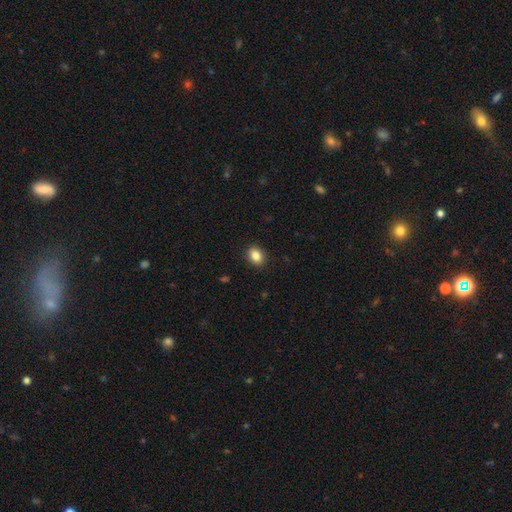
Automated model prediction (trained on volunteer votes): A smooth galaxy with no disk features (86%) that is in between round and cigar-shaped (67%).

Vote fractions:
- Smooth or featured? smooth: 86% / star or artifact: 9% / featured or disk: 6%
- How rounded? in between: 67% / round: 32% / cigar-shaped: 1%
- Merging? none: 90% / minor disturbance: 7% / major disturbance: 2% / merger: 1%